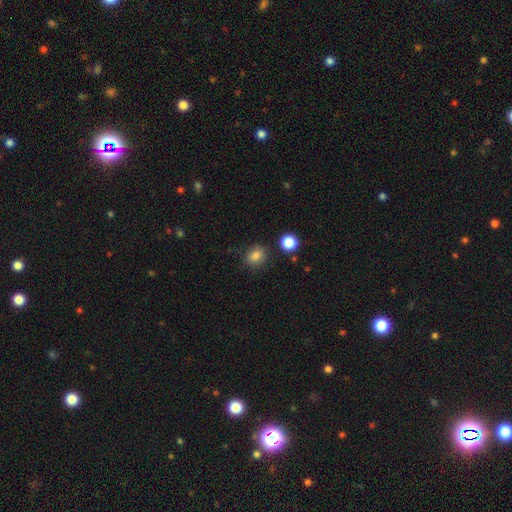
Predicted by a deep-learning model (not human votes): smooth-or-featured: smooth: 82% | star or artifact: 12% | featured or disk: 6%
  how-rounded: round: 58% | in between: 41% | cigar-shaped: 1%
  merging: none: 82% | minor disturbance: 12% | merger: 3% | major disturbance: 3%